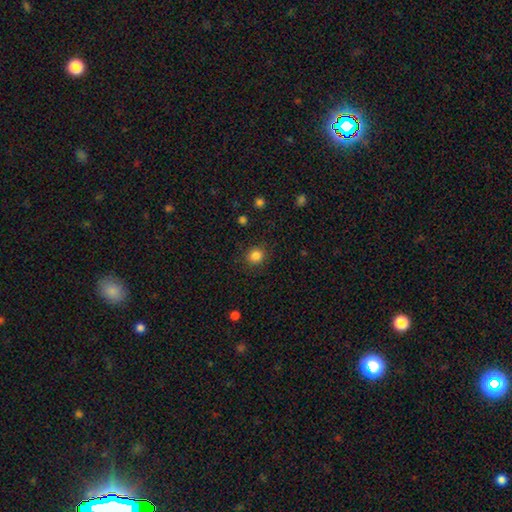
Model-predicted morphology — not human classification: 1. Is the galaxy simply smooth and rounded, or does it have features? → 85% smooth, 11% star or artifact, 4% featured or disk.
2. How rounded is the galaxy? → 84% round, 15% in between, 1% cigar-shaped.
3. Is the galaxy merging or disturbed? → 88% none, 8% minor disturbance, 3% major disturbance, 1% merger.